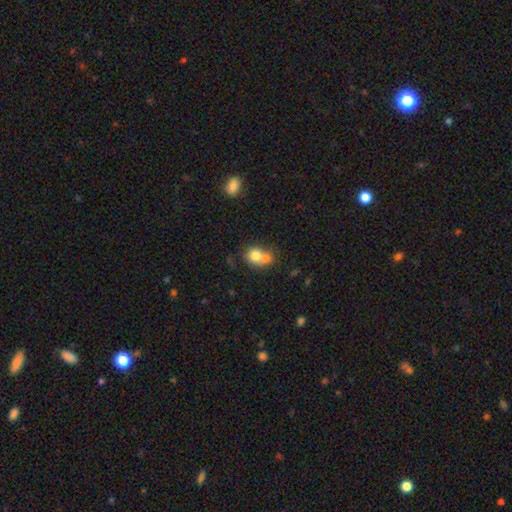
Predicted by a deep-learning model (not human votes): smooth-or-featured: smooth: 74% | featured or disk: 17% | star or artifact: 10%
  how-rounded: round: 67% | in between: 32% | cigar-shaped: 1%
  merging: merger: 54% | none: 32% | minor disturbance: 10% | major disturbance: 5%